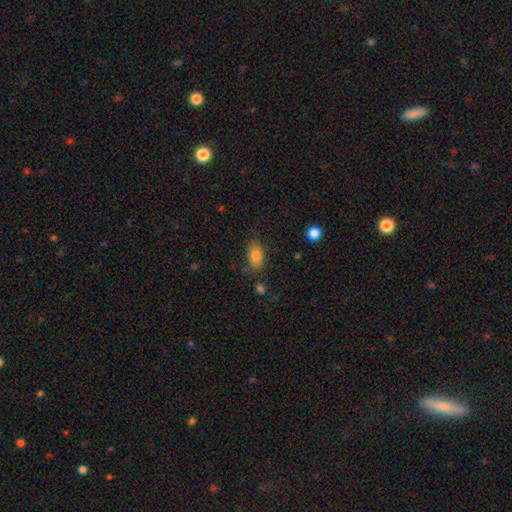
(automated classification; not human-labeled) The model was most divided on "merging": none: 75%, minor disturbance: 17%, major disturbance: 5%, merger: 3%. More confident: how rounded — in between (88%); smooth or featured — smooth (82%).